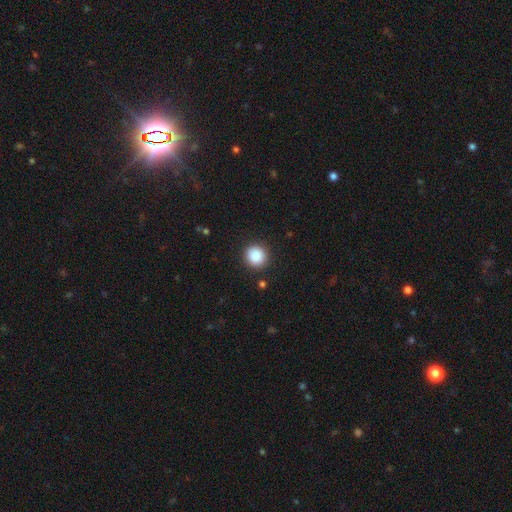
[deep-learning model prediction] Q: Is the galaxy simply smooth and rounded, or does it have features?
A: smooth — 88%.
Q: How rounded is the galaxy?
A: round — 93%.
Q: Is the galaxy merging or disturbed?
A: none — 91%.